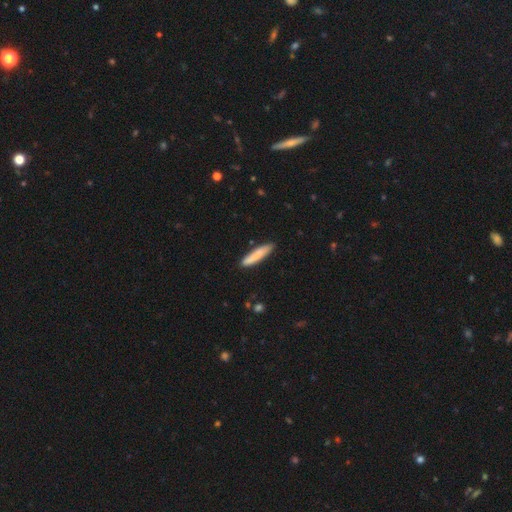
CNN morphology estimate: Smooth or featured? Predicted: smooth (p=0.82). How rounded? Predicted: cigar-shaped (p=0.87). Merging? Predicted: none (p=0.85).